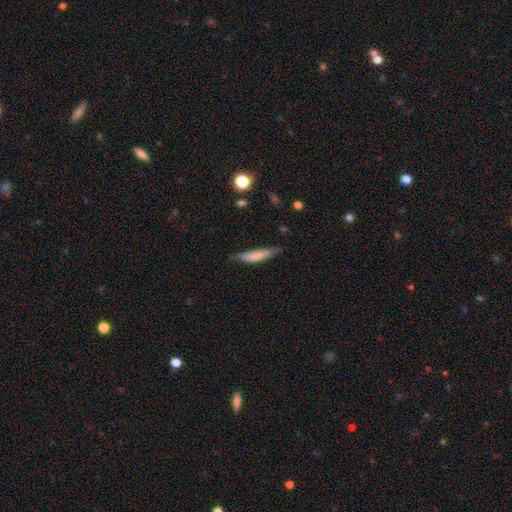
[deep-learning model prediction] A smooth galaxy with no disk features (70%) that is cigar-shaped (79%).

Vote fractions:
- Smooth or featured? smooth: 70% / featured or disk: 24% / star or artifact: 6%
- How rounded? cigar-shaped: 79% / in between: 19% / round: 2%
- Merging? none: 56% / minor disturbance: 32% / major disturbance: 9% / merger: 3%